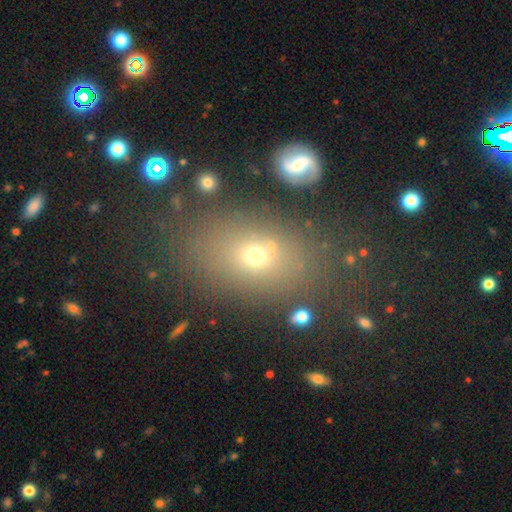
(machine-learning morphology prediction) Smooth or featured? Predicted: smooth (p=0.61). How rounded? Predicted: in between (p=0.71). Merging? Predicted: none (p=0.73).